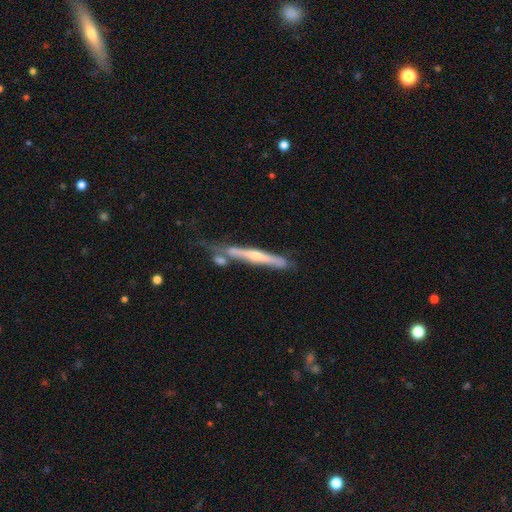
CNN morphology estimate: The model was most divided on "edge-on bulge": rounded: 65%, none: 27%, boxy: 7%. More confident: edge-on disk — yes (93%); smooth or featured — featured or disk (65%); merging — none (63%).